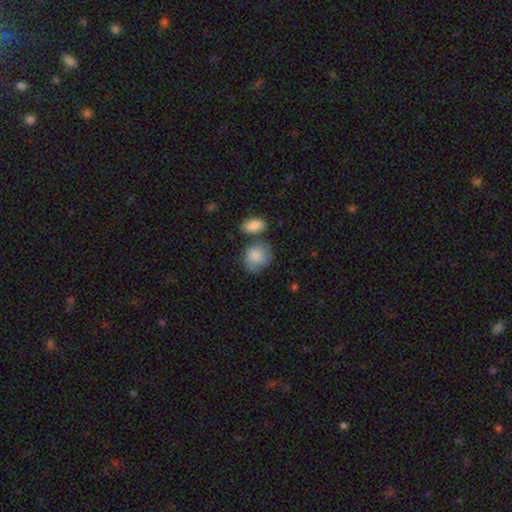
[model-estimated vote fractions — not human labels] The model was most divided on "how rounded": round: 62%, in between: 37%, cigar-shaped: 1%. Remaining: smooth or featured — smooth (81%); merging — none (49%).